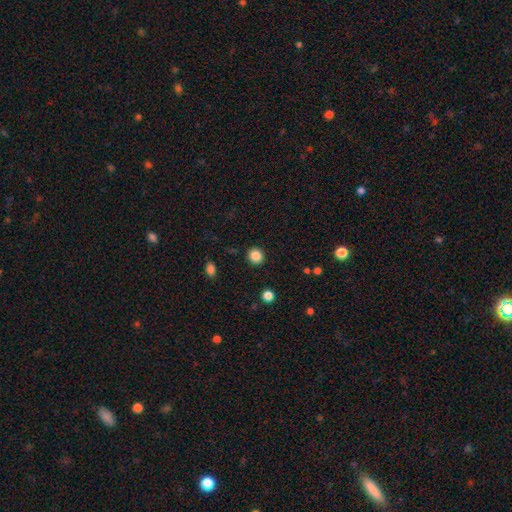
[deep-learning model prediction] smooth_or_featured: smooth (p=0.86) [alt: star or artifact p=0.10]
how_rounded: round (p=0.88) [alt: in between p=0.11]
merging: none (p=0.91) [alt: minor disturbance p=0.06]